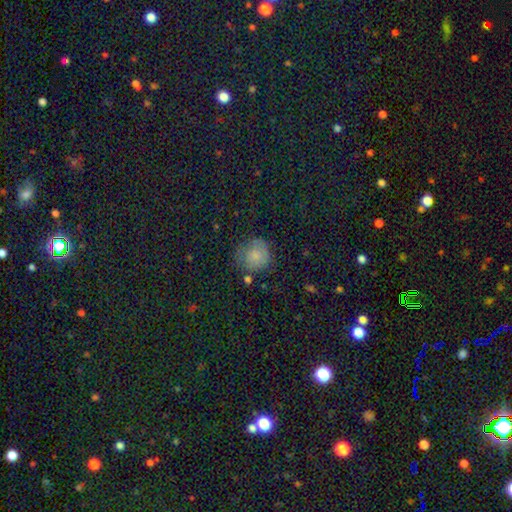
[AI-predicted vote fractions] A smooth galaxy with no disk features (74%) that is round (84%).

Vote fractions:
- Smooth or featured? smooth: 74% / featured or disk: 14% / star or artifact: 12%
- How rounded? round: 84% / in between: 15% / cigar-shaped: 1%
- Merging? none: 59% / minor disturbance: 25% / major disturbance: 11% / merger: 4%